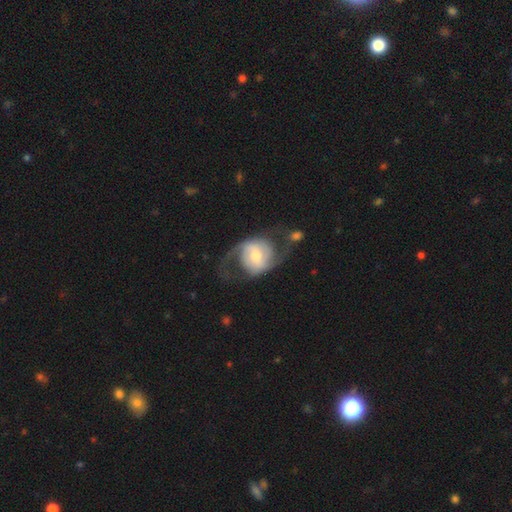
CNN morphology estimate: type=featured or disk (75%); edge-on=no (97%); bar=no (43%); spiral arms=yes (88%); winding=medium (43%); arm count=2 (87%); bulge=moderate (57%); merging=none (55%).